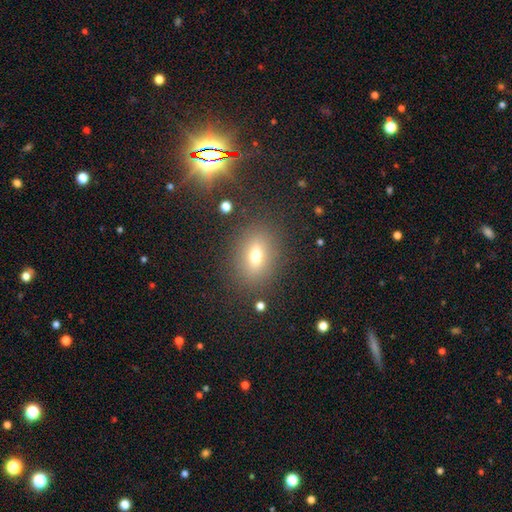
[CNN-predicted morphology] Overall: smooth (69%). How rounded: in between (68%; round 30%). Merging: none (83%).